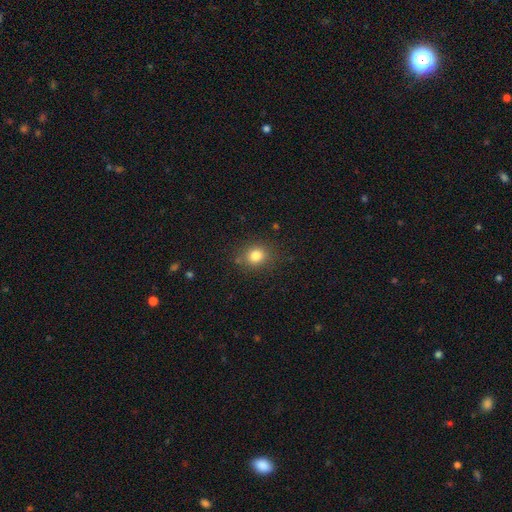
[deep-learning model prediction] A smooth galaxy with no disk features (82%) that is round (72%). Merging: none (83%).